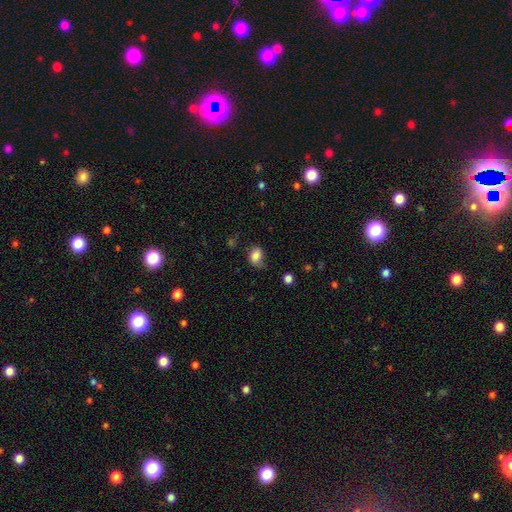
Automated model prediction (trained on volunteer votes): A smooth galaxy with no disk features (81%) that is in between round and cigar-shaped (70%).

Vote fractions:
- Smooth or featured? smooth: 81% / featured or disk: 10% / star or artifact: 9%
- How rounded? in between: 70% / round: 29% / cigar-shaped: 1%
- Merging? none: 52% / minor disturbance: 33% / major disturbance: 12% / merger: 2%